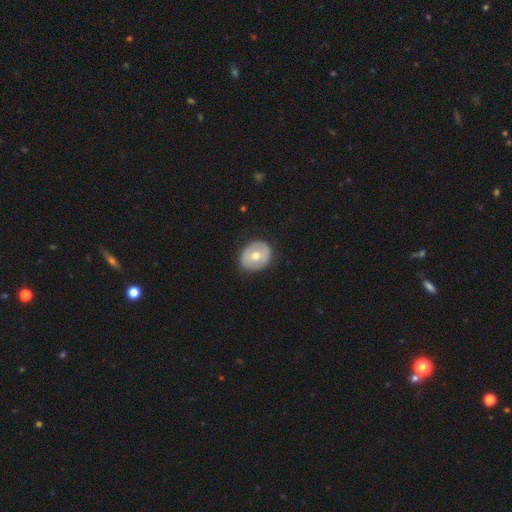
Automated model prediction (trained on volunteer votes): smooth 48%, featured or disk 47%, star or artifact 6%. Down the decision tree: merging — none (83%).